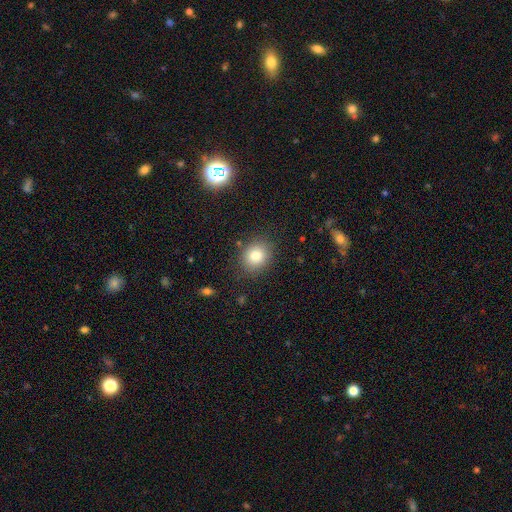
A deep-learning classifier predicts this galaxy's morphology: Smooth or featured? Predicted: smooth (p=0.81). How rounded? Predicted: round (p=0.67). Merging? Predicted: none (p=0.85).